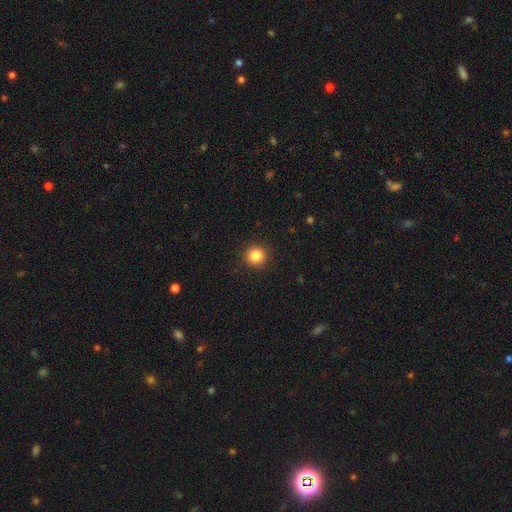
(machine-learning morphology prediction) smooth-or-featured: smooth: 85% | star or artifact: 11% | featured or disk: 5%
  how-rounded: round: 93% | in between: 6% | cigar-shaped: 1%
  merging: none: 92% | minor disturbance: 5% | major disturbance: 2% | merger: 1%